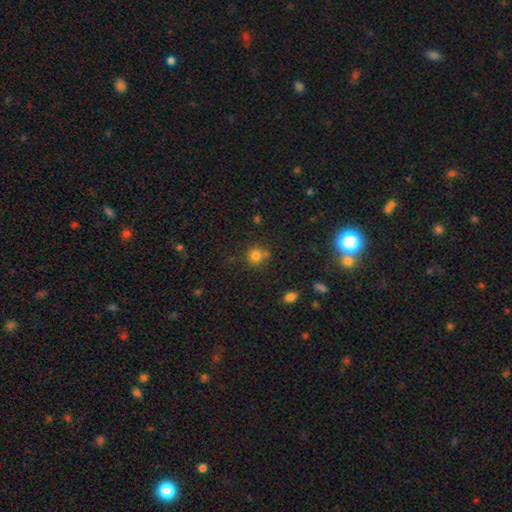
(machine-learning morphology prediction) smooth-or-featured: smooth: 79% | star or artifact: 14% | featured or disk: 7%
  how-rounded: round: 85% | in between: 14% | cigar-shaped: 1%
  merging: none: 65% | merger: 16% | minor disturbance: 14% | major disturbance: 5%